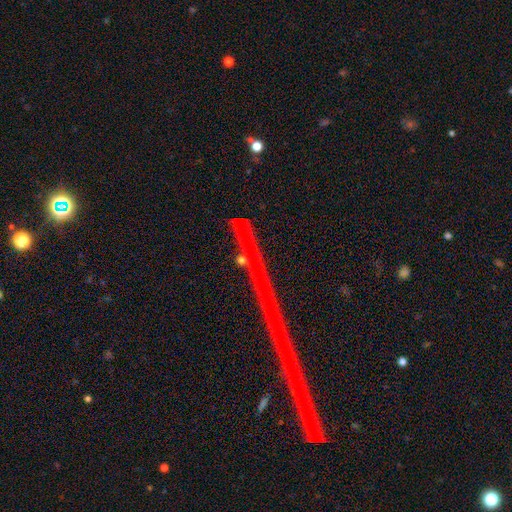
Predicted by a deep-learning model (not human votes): Q: Smooth or featured?
A: star or artifact (75%); runner-up: featured or disk (17%)